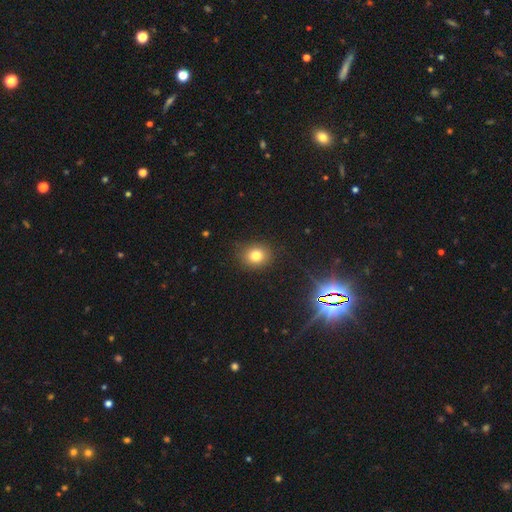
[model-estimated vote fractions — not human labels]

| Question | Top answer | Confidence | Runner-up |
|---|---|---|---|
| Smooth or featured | smooth | 77% | star or artifact (15%) |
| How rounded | round | 70% | in between (29%) |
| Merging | none | 88% | minor disturbance (8%) |